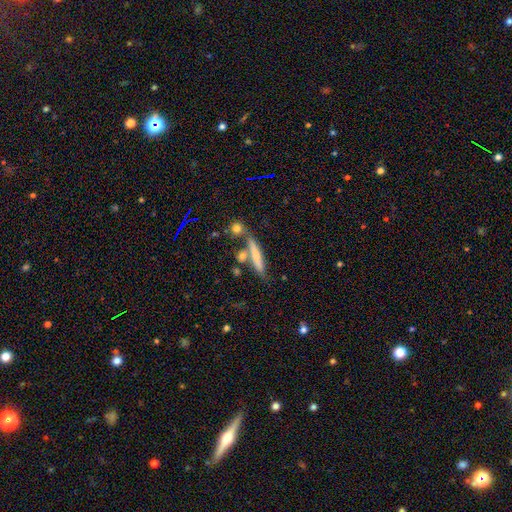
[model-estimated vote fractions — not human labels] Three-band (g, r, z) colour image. It shows a smooth galaxy with no disk features (56%) that is cigar-shaped (87%). Merging: none (63%).